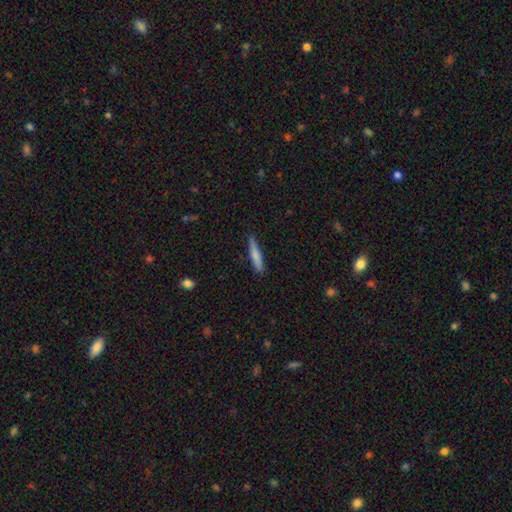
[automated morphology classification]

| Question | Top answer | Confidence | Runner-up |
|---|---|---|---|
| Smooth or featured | smooth | 74% | featured or disk (20%) |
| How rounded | cigar-shaped | 90% | in between (8%) |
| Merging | none | 83% | minor disturbance (13%) |